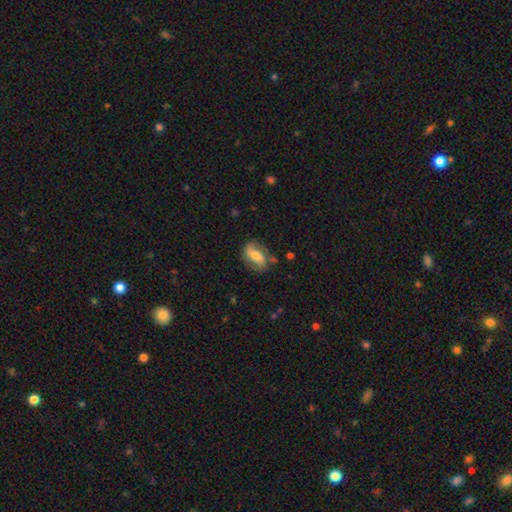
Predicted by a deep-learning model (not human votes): The model was most divided on "smooth or featured": featured or disk: 51%, smooth: 42%, star or artifact: 7%. More confident: edge-on disk — no (88%); merging — none (69%).